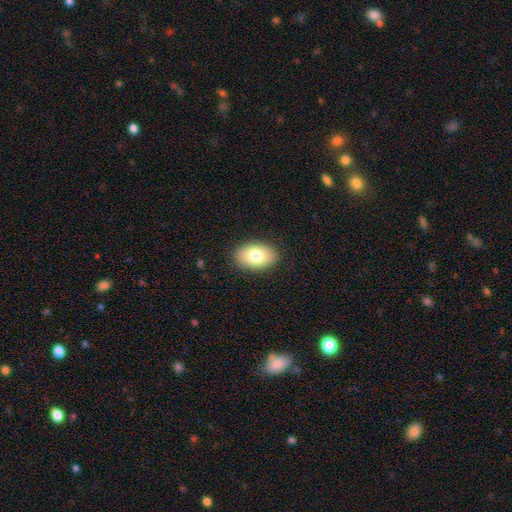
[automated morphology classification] This appears to be a smooth galaxy with no disk features (78%) that is in between round and cigar-shaped (89%). Merging: none (88%).